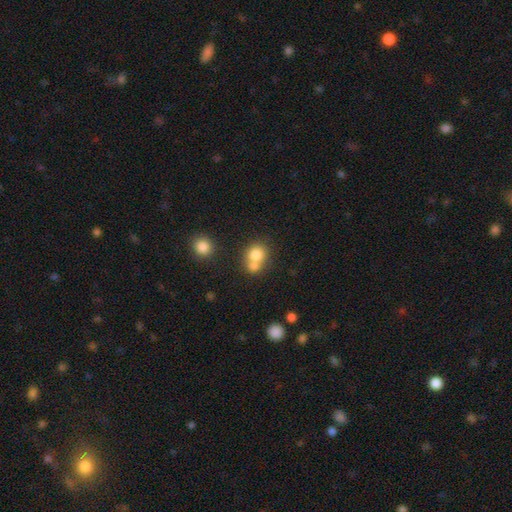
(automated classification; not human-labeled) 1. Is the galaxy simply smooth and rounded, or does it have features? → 77% smooth, 12% featured or disk, 10% star or artifact.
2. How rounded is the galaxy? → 73% round, 26% in between, 1% cigar-shaped.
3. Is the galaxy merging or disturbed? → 52% merger, 37% none, 7% minor disturbance, 3% major disturbance.